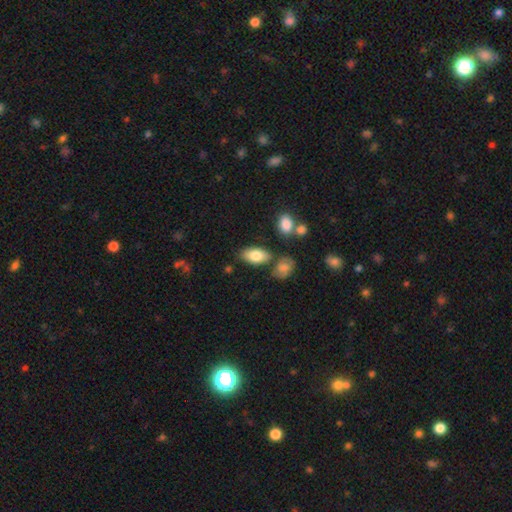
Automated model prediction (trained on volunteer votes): Q: Smooth or featured?
A: smooth (80%); runner-up: featured or disk (12%)
Q: How rounded?
A: in between (92%); runner-up: round (4%)
Q: Merging?
A: none (74%); runner-up: minor disturbance (14%)